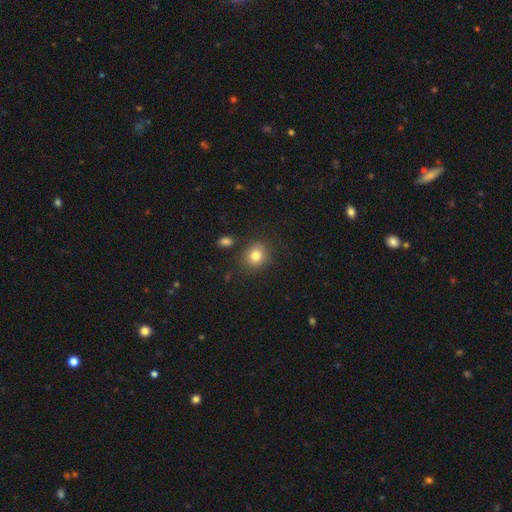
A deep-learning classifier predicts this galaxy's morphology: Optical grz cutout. It shows a smooth galaxy with no disk features (81%) that is round (76%). Merging: none (83%).